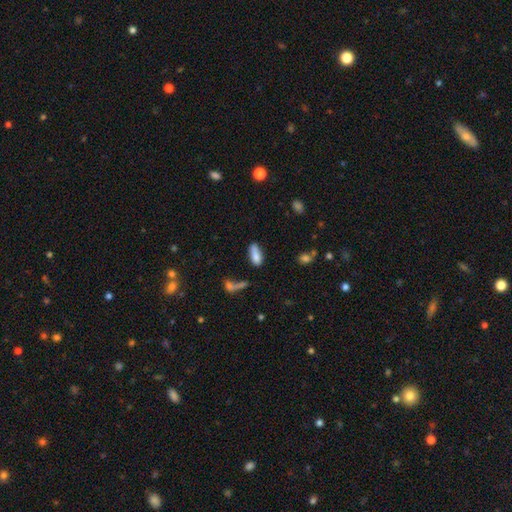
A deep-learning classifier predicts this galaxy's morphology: This appears to be a smooth galaxy with no disk features (81%) that is in between round and cigar-shaped (72%). Merging: none (61%).